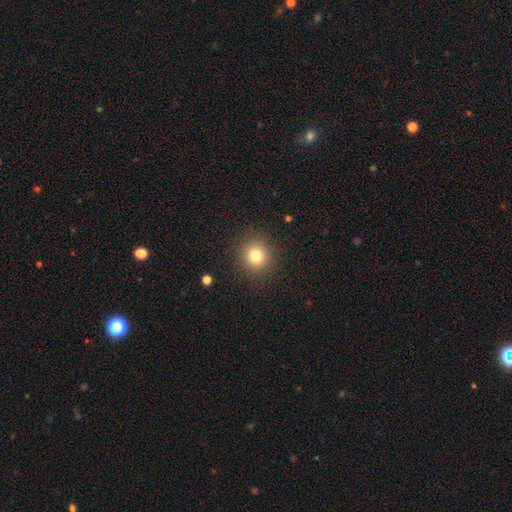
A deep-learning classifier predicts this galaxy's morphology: type=smooth (79%); roundness=round (90%); merging=none (90%).